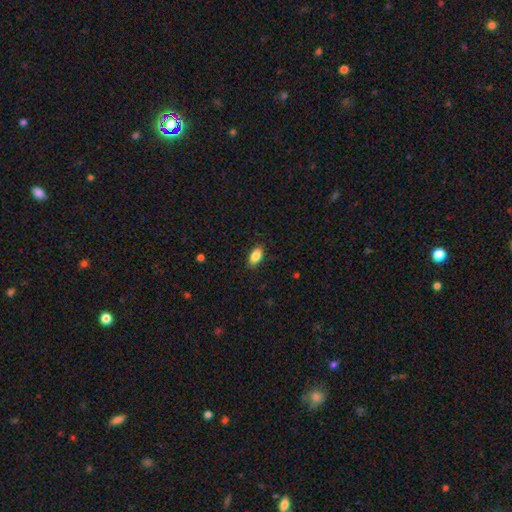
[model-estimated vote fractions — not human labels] A smooth galaxy with no disk features (86%) that is in between round and cigar-shaped (91%). Merging: none (88%).